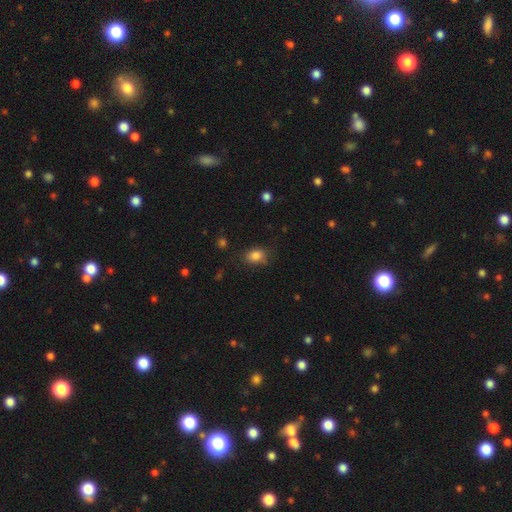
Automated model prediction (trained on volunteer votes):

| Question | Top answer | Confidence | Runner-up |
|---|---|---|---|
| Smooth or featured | smooth | 84% | star or artifact (10%) |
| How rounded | in between | 75% | round (24%) |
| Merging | none | 71% | minor disturbance (22%) |